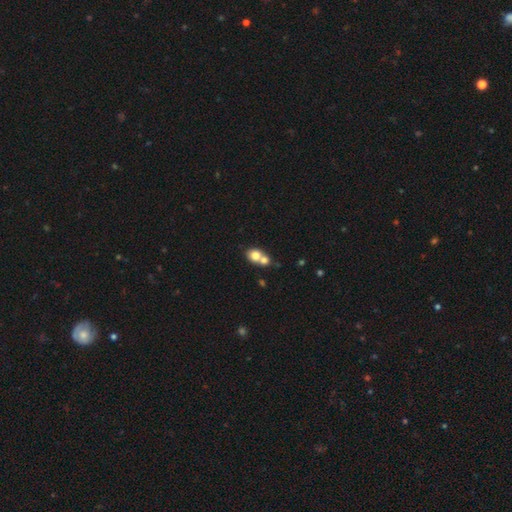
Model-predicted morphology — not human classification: smooth-or-featured: smooth: 76% | featured or disk: 15% | star or artifact: 9%
  how-rounded: round: 65% | in between: 34% | cigar-shaped: 1%
  merging: merger: 62% | none: 29% | minor disturbance: 6% | major disturbance: 3%